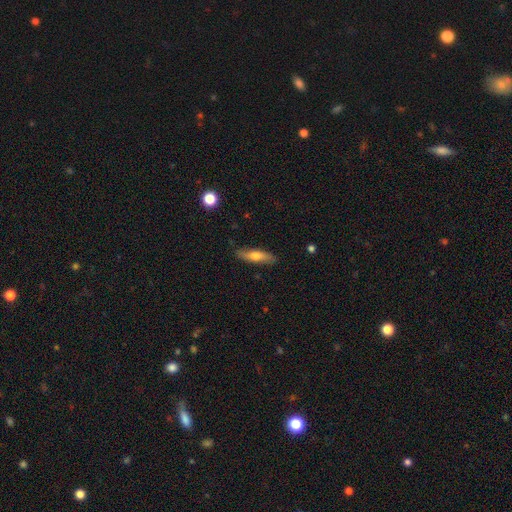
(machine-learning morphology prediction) This appears to be a smooth galaxy with no disk features (57%) that is cigar-shaped (67%). Merging: none (85%).